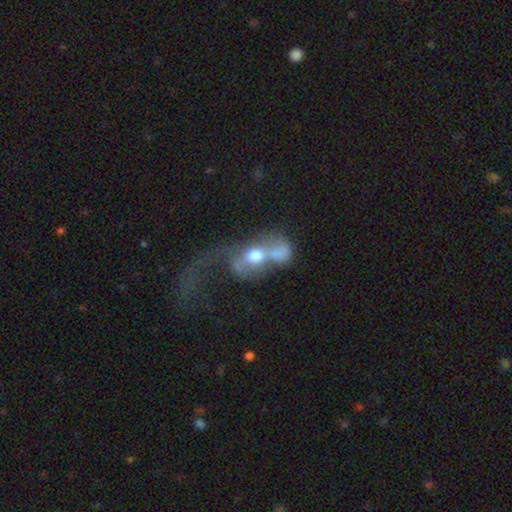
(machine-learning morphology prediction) A featured or disk galaxy (46%).

Vote fractions:
- Smooth or featured? featured or disk: 46% / smooth: 43% / star or artifact: 11%
- Merging? merger: 57% / major disturbance: 26% / none: 10% / minor disturbance: 7%